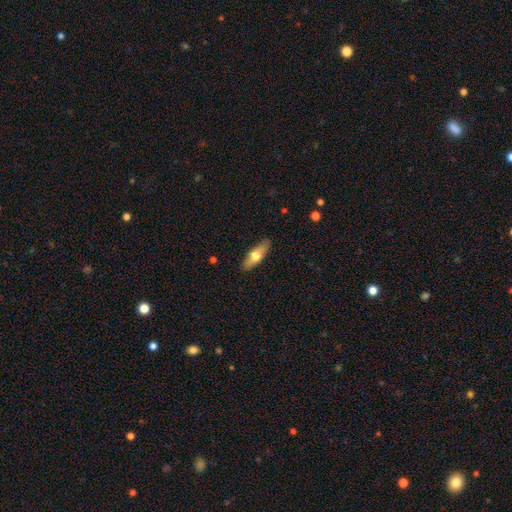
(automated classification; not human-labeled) smooth 57%, featured or disk 38%, star or artifact 6%. Down the decision tree: how rounded — in between (56%); merging — none (87%).